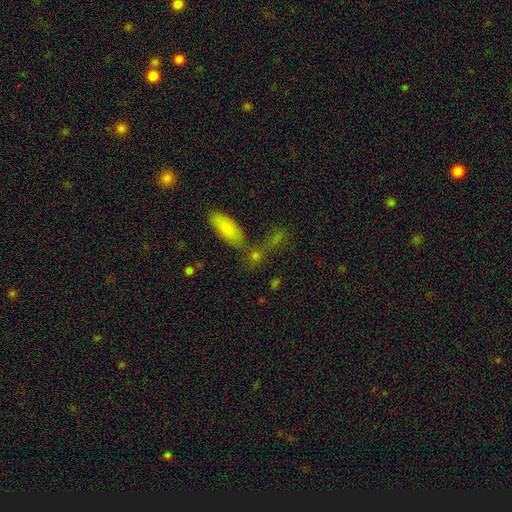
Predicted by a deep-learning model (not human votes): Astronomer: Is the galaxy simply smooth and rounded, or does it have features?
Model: smooth — 68%.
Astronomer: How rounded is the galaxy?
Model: in between — 54%.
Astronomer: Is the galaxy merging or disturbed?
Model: none — 49% (runner-up: merger, 37%).